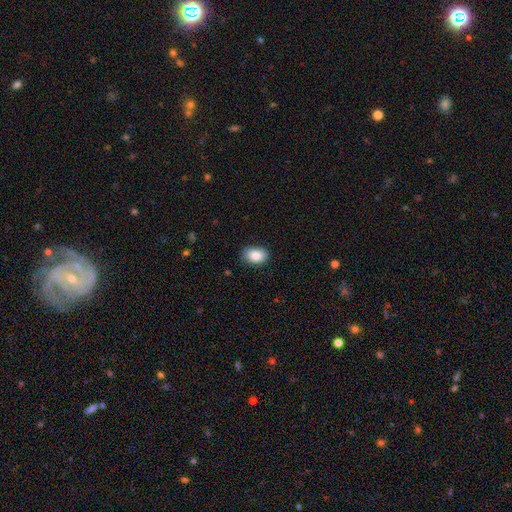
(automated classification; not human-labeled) This is clearly a smooth galaxy (88%). How rounded: clearly in between (83%). Merging: clearly none (84%).